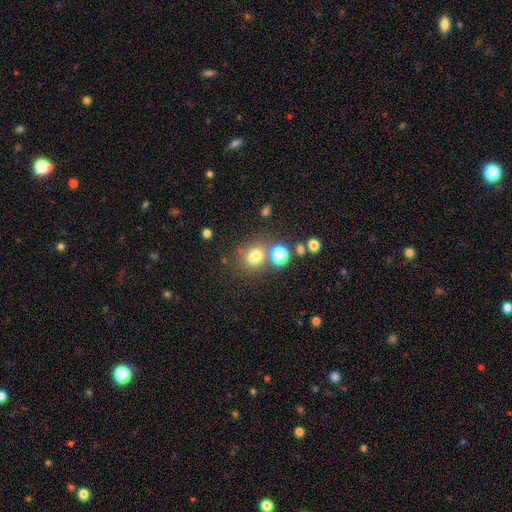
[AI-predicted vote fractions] This is likely a smooth galaxy (71%). How rounded: likely round (64%). Merging: possibly none (60%).